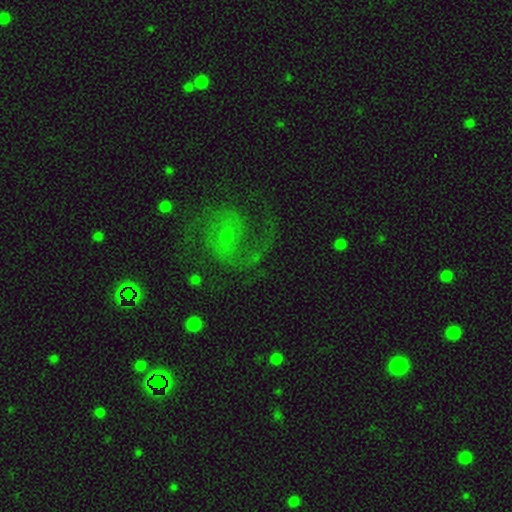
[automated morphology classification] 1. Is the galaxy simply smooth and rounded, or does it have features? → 73% featured or disk, 14% star or artifact, 13% smooth.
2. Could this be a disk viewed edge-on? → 98% no, 2% yes.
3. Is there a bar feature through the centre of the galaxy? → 65% no, 29% weak, 6% strong.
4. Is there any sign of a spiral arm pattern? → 91% yes, 9% no.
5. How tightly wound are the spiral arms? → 50% medium, 30% loose, 20% tight.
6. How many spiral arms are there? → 68% 2, 11% 1, 11% can't tell, 6% 3, 3% 4, 2% more than 4.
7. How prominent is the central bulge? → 65% small, 26% moderate, 5% none, 2% large, 1% dominant.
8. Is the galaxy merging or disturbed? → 64% none, 18% major disturbance, 16% minor disturbance, 2% merger.